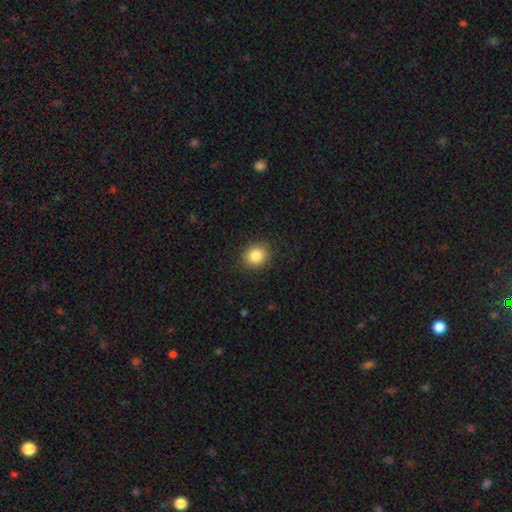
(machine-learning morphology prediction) Q: Smooth or featured?
A: smooth (85%); runner-up: star or artifact (10%)
Q: How rounded?
A: round (74%); runner-up: in between (25%)
Q: Merging?
A: none (89%); runner-up: minor disturbance (8%)